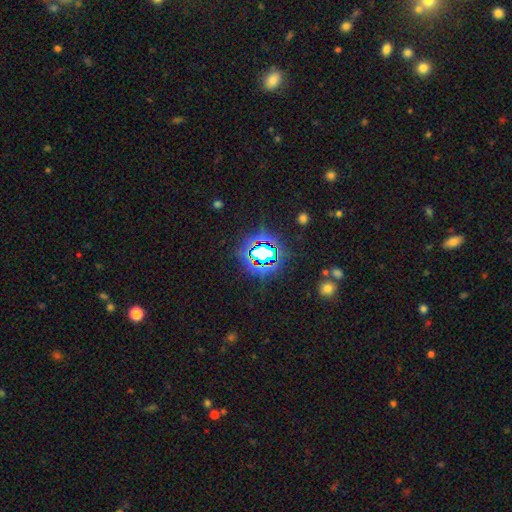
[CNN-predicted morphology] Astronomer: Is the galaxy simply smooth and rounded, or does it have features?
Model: star or artifact — 80%.